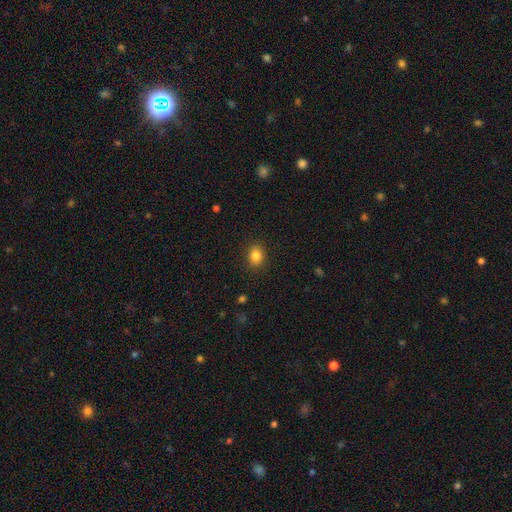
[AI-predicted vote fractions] This is clearly a smooth galaxy (86%). How rounded: likely in between (62%). Merging: clearly none (88%).